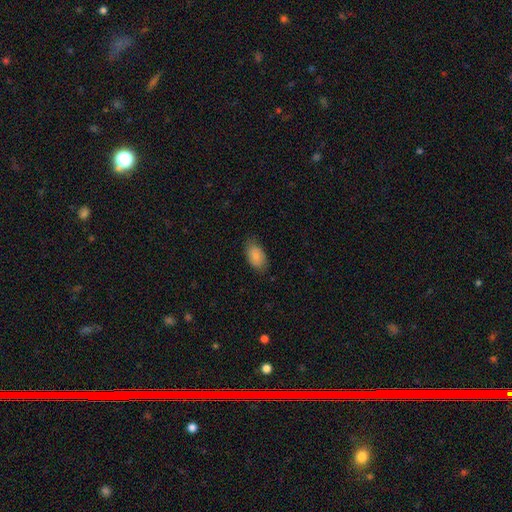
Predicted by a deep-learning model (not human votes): smooth 84%, featured or disk 10%, star or artifact 6%. Down the decision tree: how rounded — in between (93%); merging — none (78%).